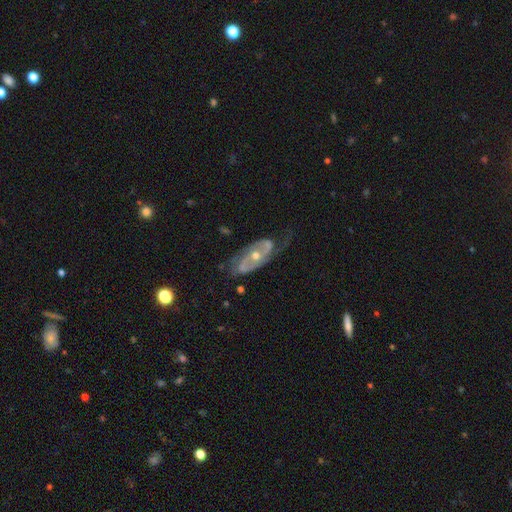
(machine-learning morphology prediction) Smooth or featured? Predicted: featured or disk (p=0.87). Edge-on disk? Predicted: no (p=0.93). Bar? Predicted: no (p=0.59). Spiral arms? Predicted: yes (p=0.93). Spiral winding? Predicted: medium (p=0.45). Spiral arm count? Predicted: 2 (p=0.84). Bulge size? Predicted: moderate (p=0.61). Merging? Predicted: none (p=0.60).